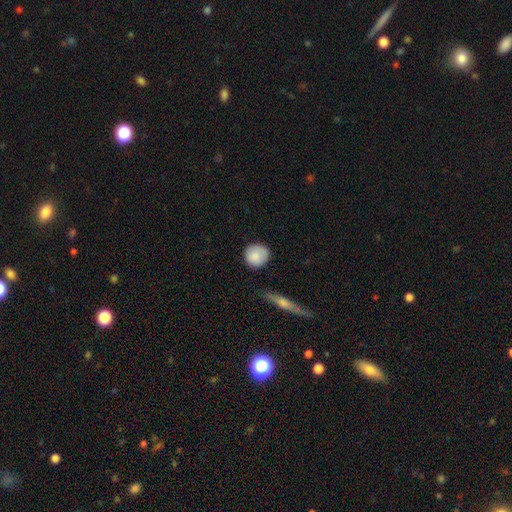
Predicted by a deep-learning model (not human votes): This is clearly a smooth galaxy (86%). How rounded: clearly round (91%). Merging: clearly none (81%).